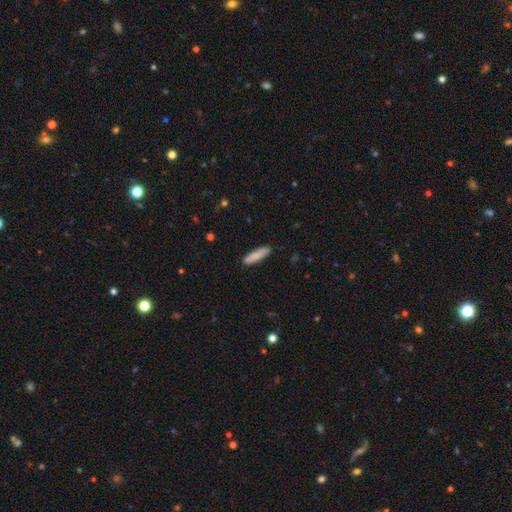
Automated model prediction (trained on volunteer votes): smooth 85%, featured or disk 9%, star or artifact 6%. Down the decision tree: how rounded — cigar-shaped (78%); merging — none (88%).